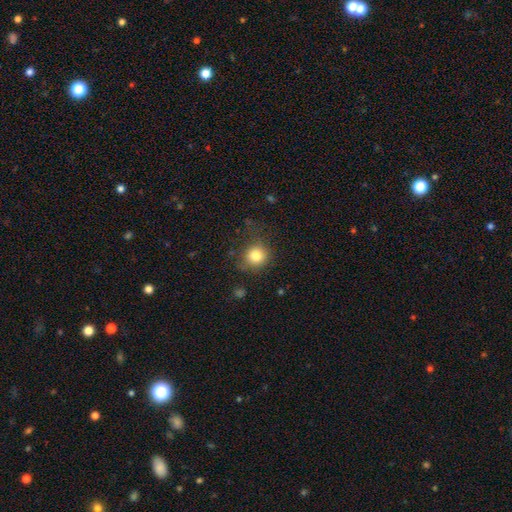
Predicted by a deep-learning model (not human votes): This is clearly a smooth galaxy (81%). How rounded: clearly round (90%). Merging: likely none (75%).